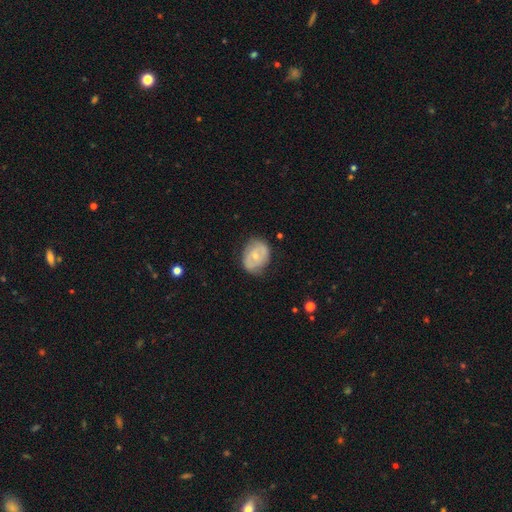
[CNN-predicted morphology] Smooth or featured?
  - featured or disk: 48% *
  - smooth: 46%
  - star or artifact: 6%
Merging?
  - none: 70% *
  - minor disturbance: 22%
  - major disturbance: 6%
  - merger: 1%